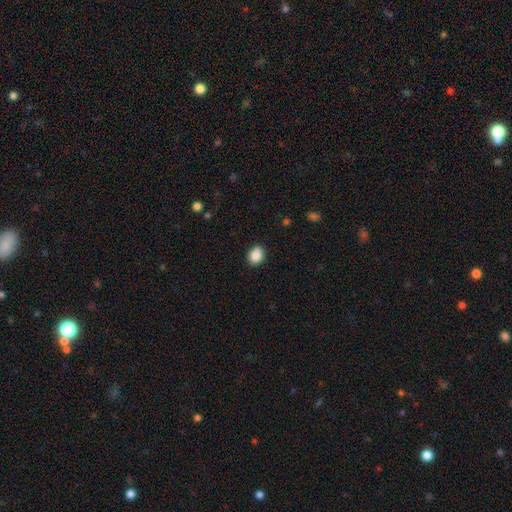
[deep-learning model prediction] This appears to be a smooth galaxy with no disk features (84%) that is round (50%). Merging: none (79%).